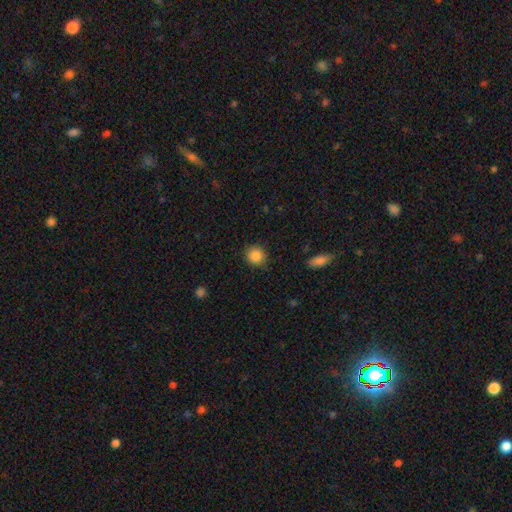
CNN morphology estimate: Smooth or featured? Predicted: smooth (p=0.87). How rounded? Predicted: round (p=0.87). Merging? Predicted: none (p=0.86).